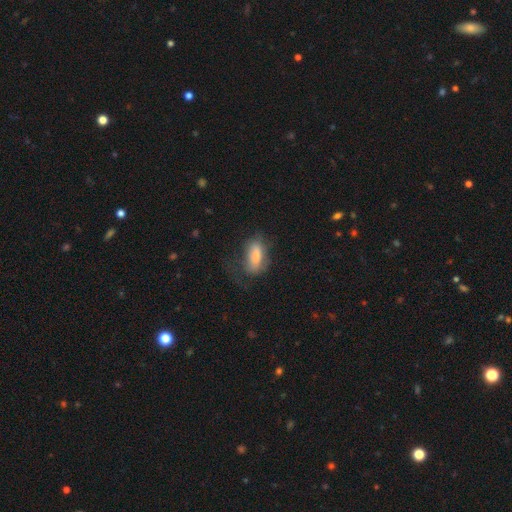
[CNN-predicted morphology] smooth_or_featured: smooth (p=0.73) [alt: featured or disk p=0.19]
how_rounded: in between (p=0.85) [alt: cigar-shaped p=0.12]
merging: none (p=0.46) [alt: major disturbance p=0.26]